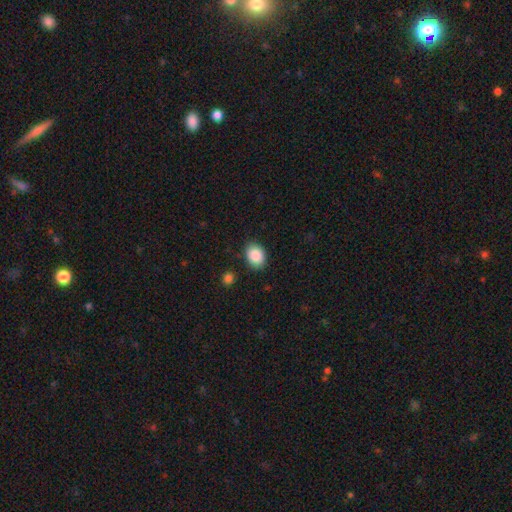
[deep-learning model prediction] A smooth galaxy with no disk features (88%) that is in between round and cigar-shaped (63%). Merging: none (85%).